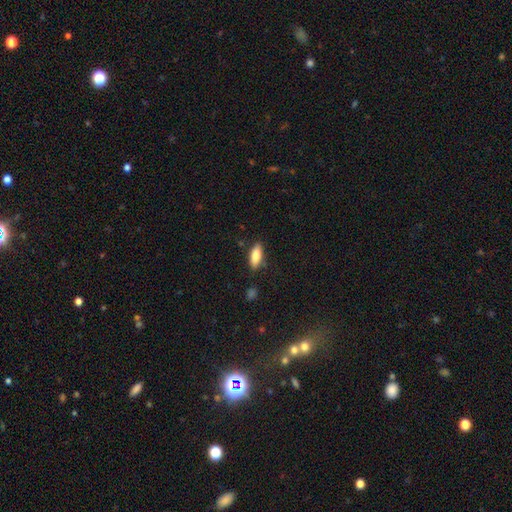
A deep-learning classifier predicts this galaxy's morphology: Smooth or featured: smooth — 81% (featured or disk — 13%)
How rounded: in between — 72% (cigar-shaped — 25%)
Merging: none — 82% (minor disturbance — 13%)